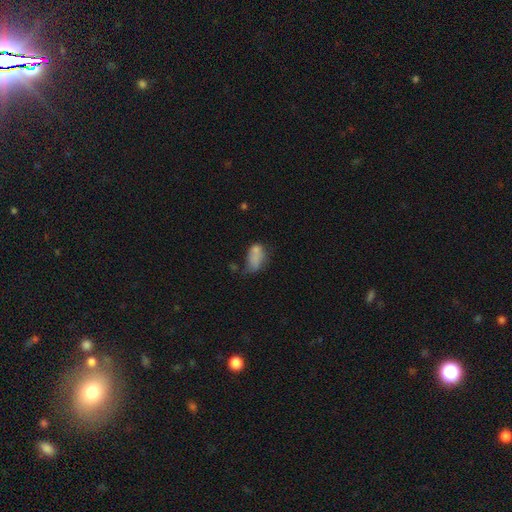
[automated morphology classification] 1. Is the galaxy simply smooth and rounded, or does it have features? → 71% smooth, 17% featured or disk, 11% star or artifact.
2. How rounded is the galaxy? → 89% in between, 7% round, 5% cigar-shaped.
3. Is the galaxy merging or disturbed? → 29% minor disturbance (tied), 29% none (tied), 25% major disturbance, 17% merger.